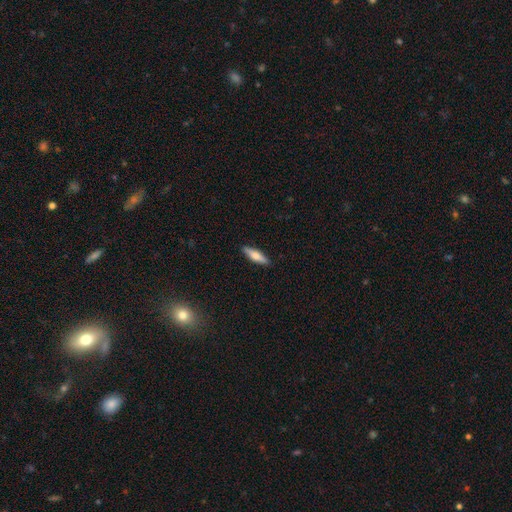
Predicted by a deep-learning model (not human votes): A smooth galaxy with no disk features (58%) that is cigar-shaped (70%).

Vote fractions:
- Smooth or featured? smooth: 58% / featured or disk: 36% / star or artifact: 6%
- How rounded? cigar-shaped: 70% / in between: 28% / round: 2%
- Merging? none: 89% / minor disturbance: 8% / major disturbance: 2% / merger: 1%